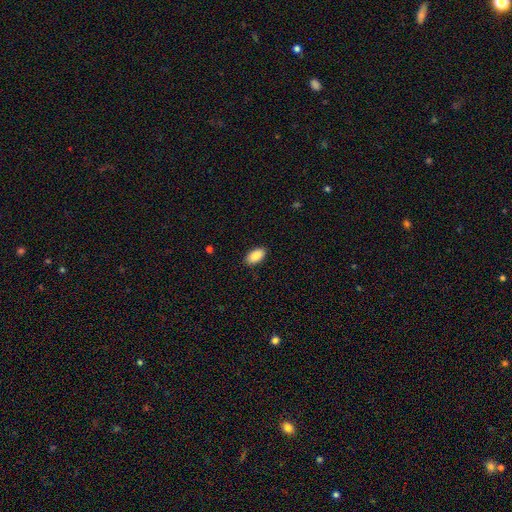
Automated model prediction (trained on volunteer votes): Smooth or featured?
  - smooth: 89% *
  - star or artifact: 7%
  - featured or disk: 4%
How rounded?
  - in between: 95% *
  - round: 3%
  - cigar-shaped: 3%
Merging?
  - none: 89% *
  - minor disturbance: 8%
  - major disturbance: 2%
  - merger: 1%